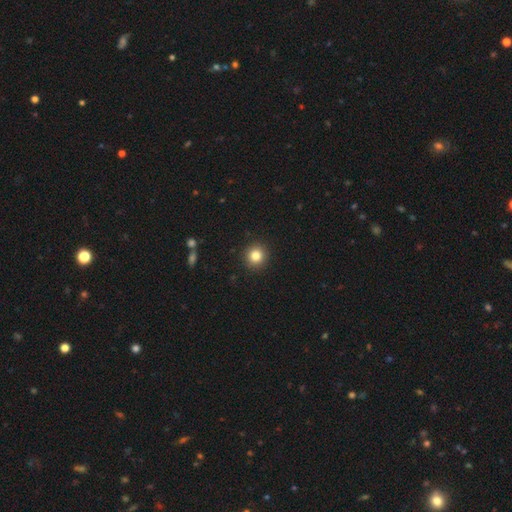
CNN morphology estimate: Q: Smooth or featured?
A: smooth (82%); runner-up: star or artifact (11%)
Q: How rounded?
A: round (94%); runner-up: in between (5%)
Q: Merging?
A: none (92%); runner-up: minor disturbance (5%)